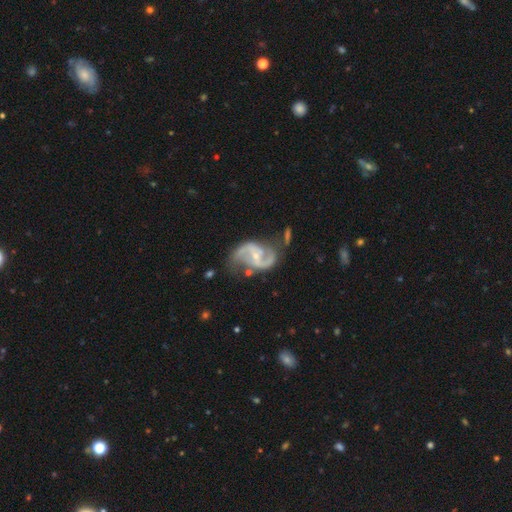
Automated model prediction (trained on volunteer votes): The model was most divided on "spiral winding": medium: 46%, loose: 43%, tight: 11%. Remaining: edge-on disk — no (98%); spiral arms — yes (97%); spiral arm count — 2 (93%); smooth or featured — featured or disk (91%); bulge size — small (67%); merging — none (58%); bar — weak (42%).